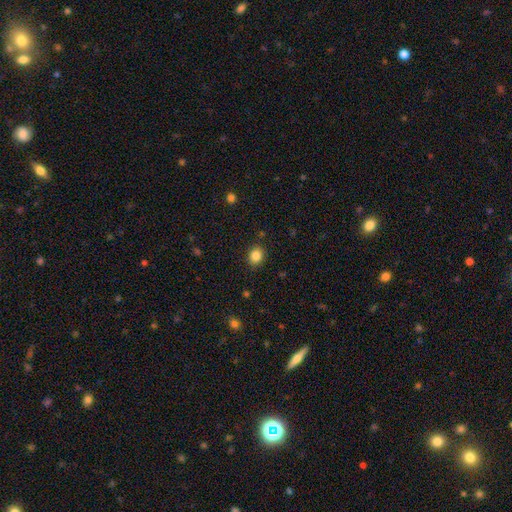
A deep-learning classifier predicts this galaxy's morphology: The model was most divided on "how rounded": round: 64%, in between: 35%, cigar-shaped: 1%. More confident: merging — none (87%); smooth or featured — smooth (85%).